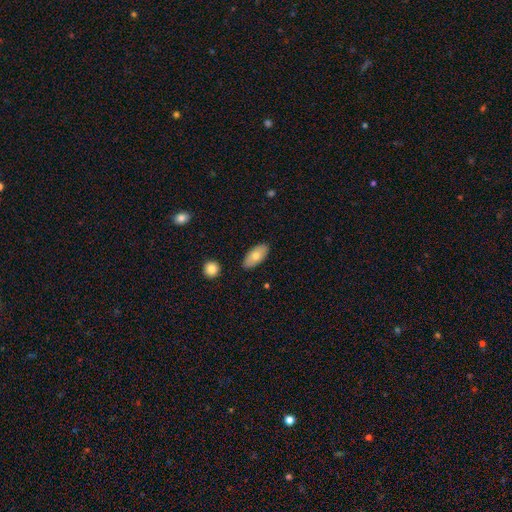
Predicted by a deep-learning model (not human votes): Smooth or featured? smooth (74%)
How rounded? in between (92%)
Merging? none (86%)